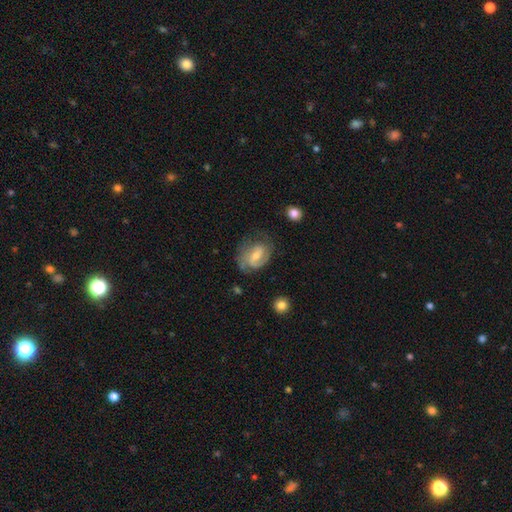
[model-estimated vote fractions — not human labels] Overall: featured or disk (74%). Edge-on disk: no (96%). Bar: weak (50%; no 28%). Spiral arms: yes (90%). Spiral arm count: 2 (55%; can't tell 21%). Spiral winding: tight (45%; medium 40%). Bulge size: moderate (49%; small 44%). Merging: none (64%).